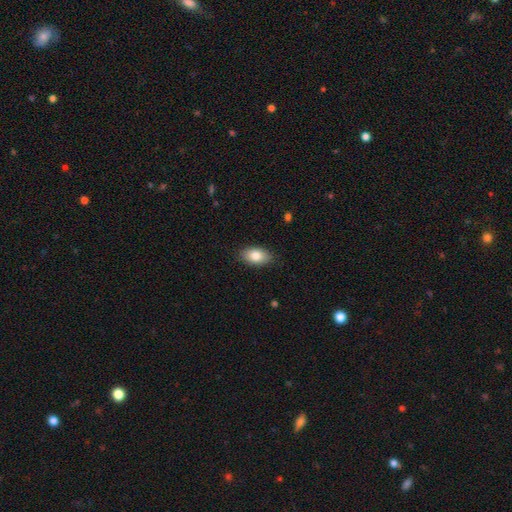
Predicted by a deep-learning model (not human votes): Q: Smooth or featured?
A: smooth (83%); runner-up: featured or disk (11%)
Q: How rounded?
A: in between (92%); runner-up: round (6%)
Q: Merging?
A: none (87%); runner-up: minor disturbance (10%)